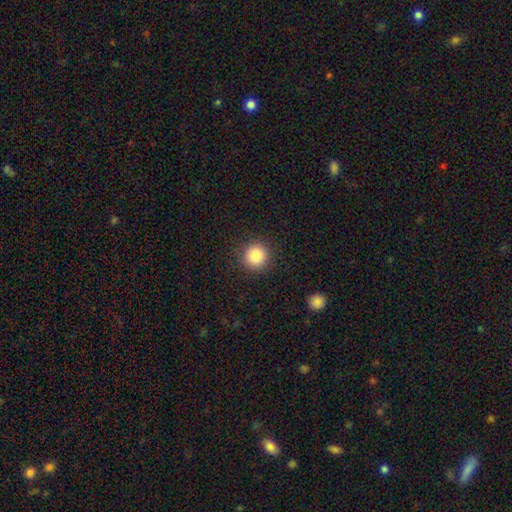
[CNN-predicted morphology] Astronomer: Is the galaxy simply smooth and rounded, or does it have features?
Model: smooth — 87%.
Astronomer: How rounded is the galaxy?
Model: round — 95%.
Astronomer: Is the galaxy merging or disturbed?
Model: none — 91%.